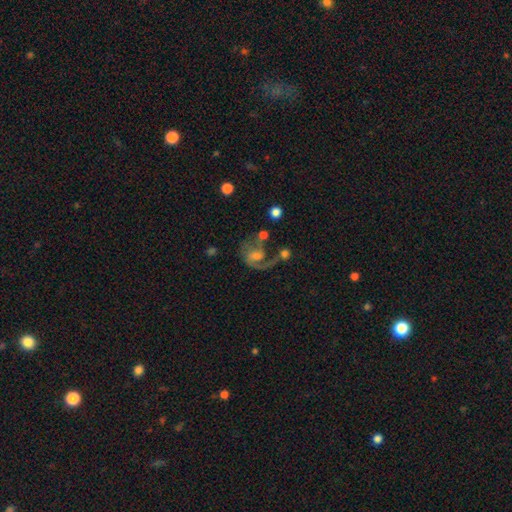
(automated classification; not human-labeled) Smooth or featured?
  - featured or disk: 67% *
  - smooth: 21%
  - star or artifact: 12%
Edge-on disk?
  - no: 97% *
  - yes: 3%
Bar?
  - no: 48% *
  - weak: 41%
  - strong: 12%
Spiral arms?
  - yes: 83% *
  - no: 17%
Spiral winding?
  - loose: 44% *
  - medium: 40%
  - tight: 16%
Spiral arm count?
  - 1: 65% *
  - 2: 26%
  - can't tell: 6%
  - 3: 2%
  - 4: 1%
  - more than 4: 1%
Bulge size?
  - moderate: 34% *
  - small: 28%
  - none: 25%
  - large: 11%
  - dominant: 2%
Merging?
  - major disturbance: 37% *
  - none: 34%
  - merger: 15%
  - minor disturbance: 15%